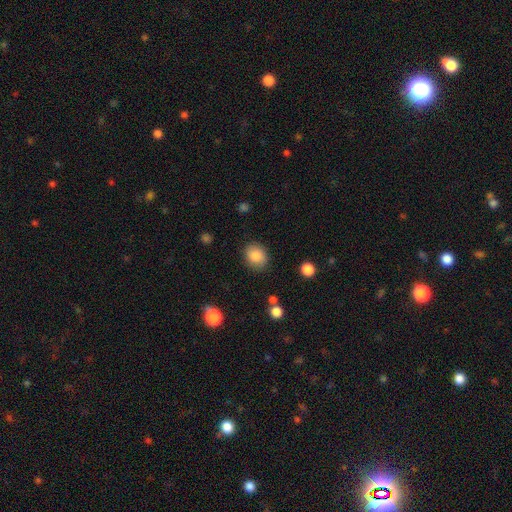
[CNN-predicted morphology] This appears to be a smooth galaxy with no disk features (86%) that is round (65%). Merging: none (85%).